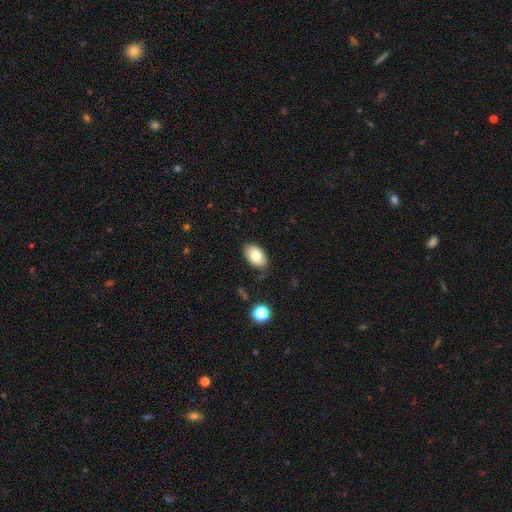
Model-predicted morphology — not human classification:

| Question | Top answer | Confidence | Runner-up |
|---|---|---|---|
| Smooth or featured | smooth | 81% | featured or disk (11%) |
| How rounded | in between | 93% | round (6%) |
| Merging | none | 84% | minor disturbance (12%) |